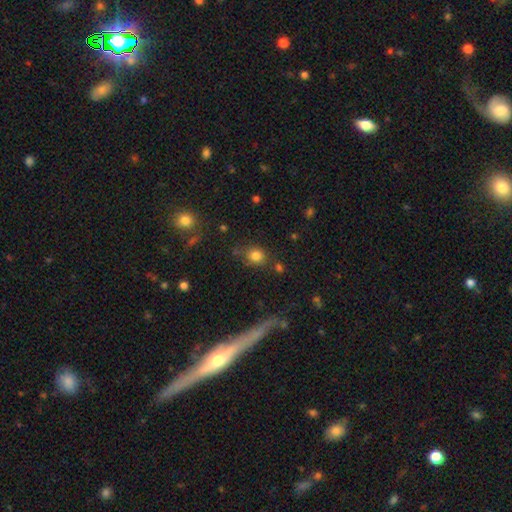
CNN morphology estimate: A smooth galaxy with no disk features (81%) that is round (72%).

Vote fractions:
- Smooth or featured? smooth: 81% / star or artifact: 13% / featured or disk: 6%
- How rounded? round: 72% / in between: 27% / cigar-shaped: 1%
- Merging? none: 73% / minor disturbance: 14% / merger: 8% / major disturbance: 5%